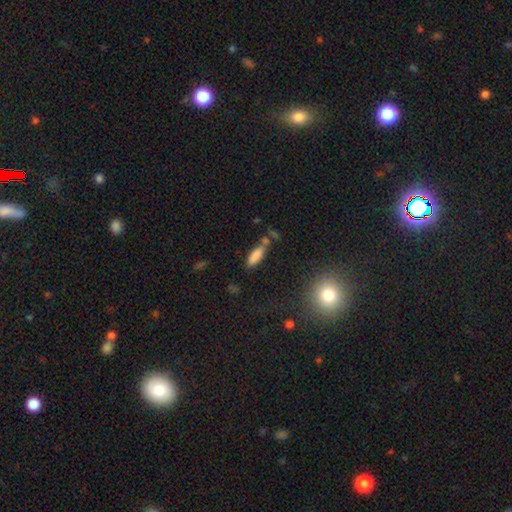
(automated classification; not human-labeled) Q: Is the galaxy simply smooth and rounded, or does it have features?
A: smooth — 81%.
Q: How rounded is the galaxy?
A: in between — 57%.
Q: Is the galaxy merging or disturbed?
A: none — 58%.